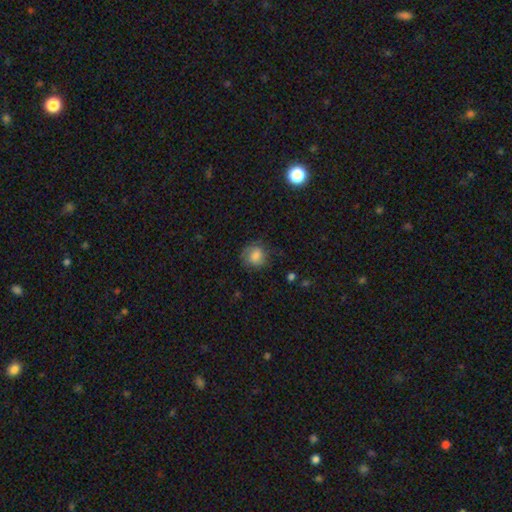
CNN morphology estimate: Overall: smooth (76%). How rounded: round (82%). Merging: none (71%).